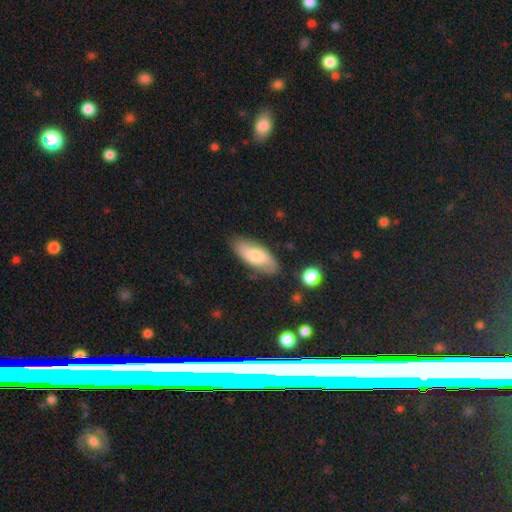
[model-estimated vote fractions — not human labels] Smooth or featured?
  - smooth: 62% *
  - featured or disk: 31%
  - star or artifact: 6%
How rounded?
  - in between: 81% *
  - cigar-shaped: 16%
  - round: 3%
Merging?
  - none: 79% *
  - minor disturbance: 16%
  - major disturbance: 3%
  - merger: 2%